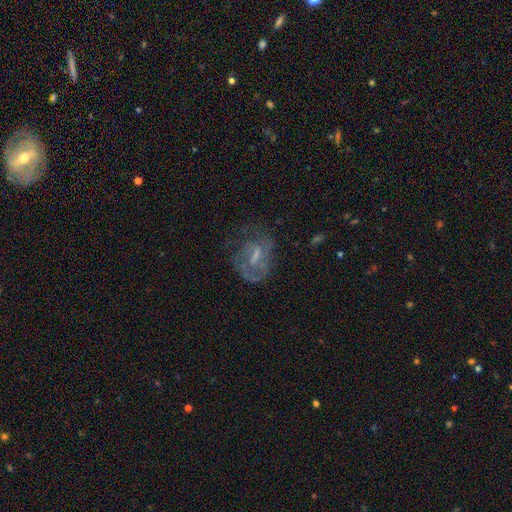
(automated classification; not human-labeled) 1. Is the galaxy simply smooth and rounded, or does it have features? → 65% featured or disk, 24% smooth, 11% star or artifact.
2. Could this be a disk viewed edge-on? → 96% no, 4% yes.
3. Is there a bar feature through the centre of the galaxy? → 49% weak, 29% no, 22% strong.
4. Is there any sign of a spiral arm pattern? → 63% yes, 37% no.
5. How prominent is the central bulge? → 34% none, 33% small, 28% moderate, 4% large, 1% dominant.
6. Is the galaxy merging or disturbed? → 47% none, 28% major disturbance, 22% minor disturbance, 3% merger.